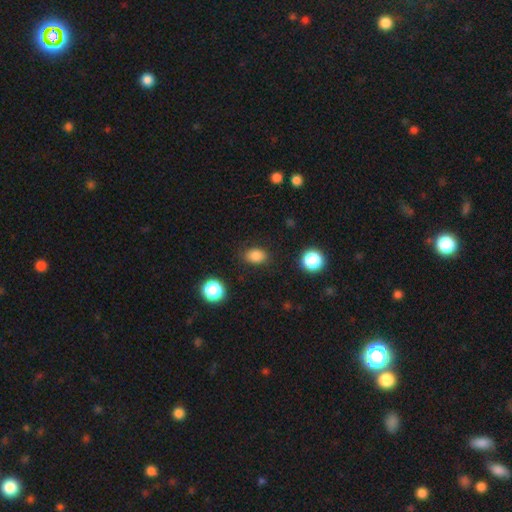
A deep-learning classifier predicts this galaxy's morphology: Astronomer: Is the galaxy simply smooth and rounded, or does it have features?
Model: smooth — 84%.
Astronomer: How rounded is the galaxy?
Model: in between — 70%.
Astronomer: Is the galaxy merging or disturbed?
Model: none — 83%.